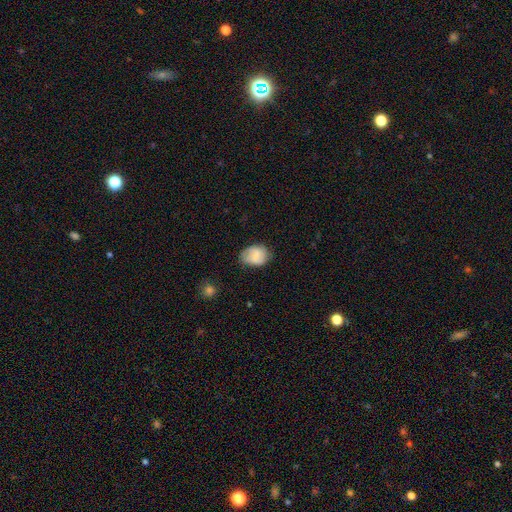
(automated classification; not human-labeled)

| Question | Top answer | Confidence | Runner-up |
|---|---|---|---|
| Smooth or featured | smooth | 63% | featured or disk (29%) |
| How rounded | in between | 66% | round (33%) |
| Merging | none | 65% | minor disturbance (26%) |